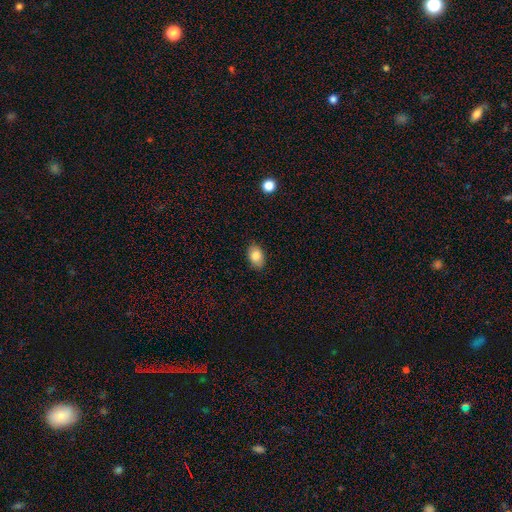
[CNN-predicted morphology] Overall: smooth (83%). How rounded: in between (88%). Merging: none (86%).